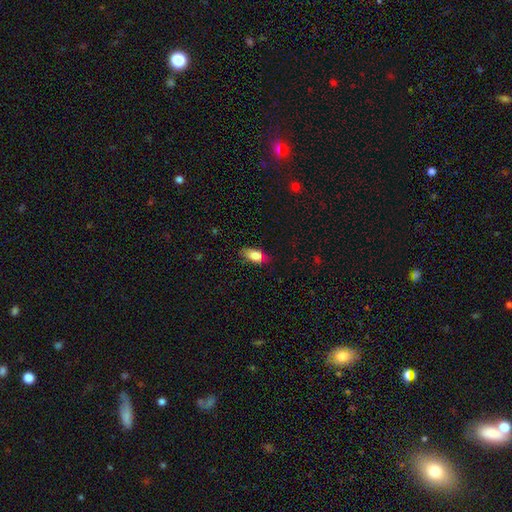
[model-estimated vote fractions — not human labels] Smooth or featured? Predicted: smooth (p=0.82). How rounded? Predicted: in between (p=0.86). Merging? Predicted: none (p=0.72).